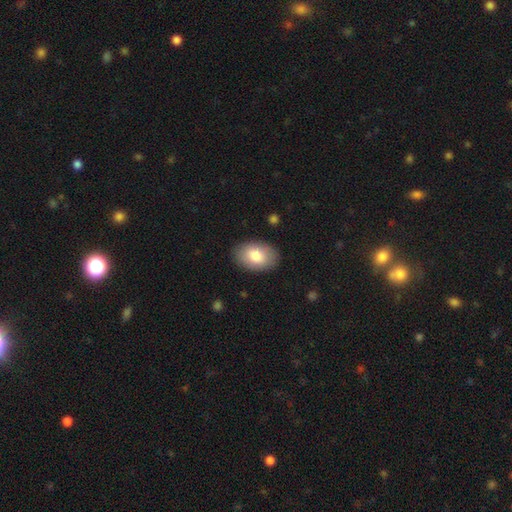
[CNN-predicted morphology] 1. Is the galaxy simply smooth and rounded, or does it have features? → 81% smooth, 13% featured or disk, 6% star or artifact.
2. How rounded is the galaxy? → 89% in between, 10% round, 1% cigar-shaped.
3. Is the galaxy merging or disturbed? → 87% none, 9% minor disturbance, 2% major disturbance, 1% merger.